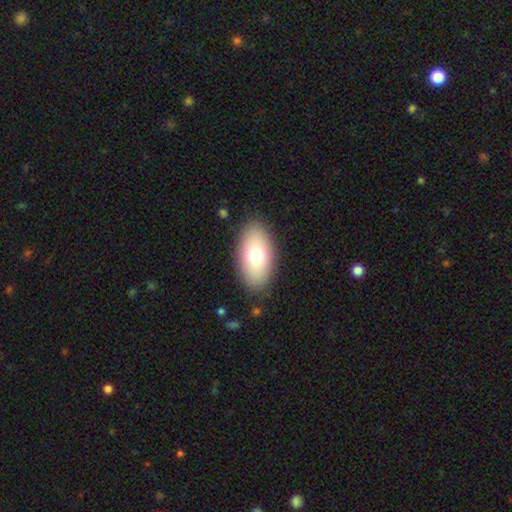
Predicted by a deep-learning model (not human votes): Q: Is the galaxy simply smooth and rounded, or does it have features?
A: smooth — 74%.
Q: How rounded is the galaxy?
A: in between — 93%.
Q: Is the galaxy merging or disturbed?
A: none — 87%.